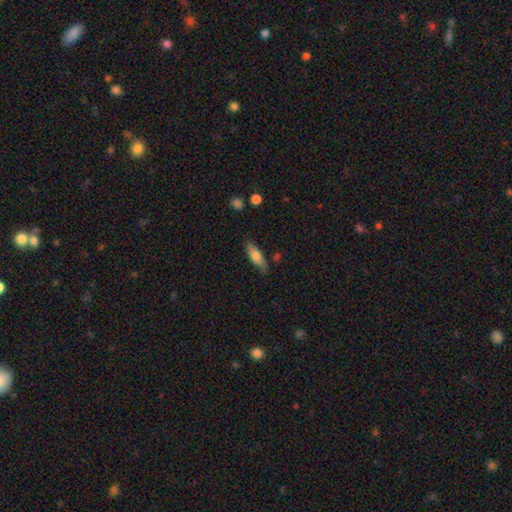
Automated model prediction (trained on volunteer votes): Morphology: type=smooth (69%); roundness=in between (57%); merging=none (75%).